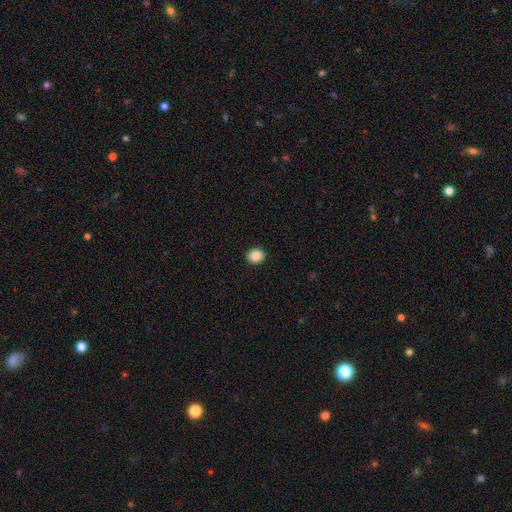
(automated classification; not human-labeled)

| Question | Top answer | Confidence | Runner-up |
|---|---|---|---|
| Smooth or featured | smooth | 88% | star or artifact (9%) |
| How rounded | round | 81% | in between (18%) |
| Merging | none | 92% | minor disturbance (5%) |